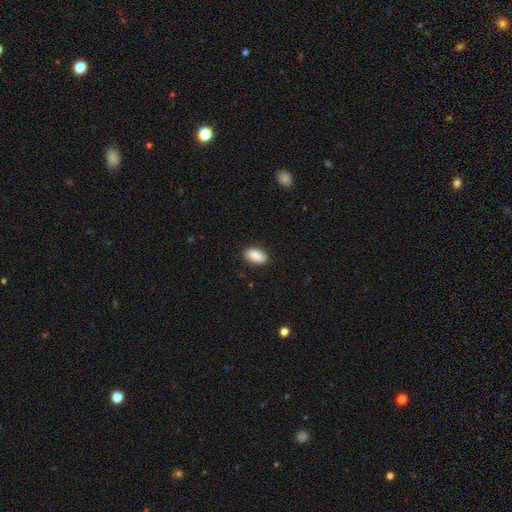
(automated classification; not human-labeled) Q: Smooth or featured?
A: smooth (89%); runner-up: star or artifact (7%)
Q: How rounded?
A: in between (90%); runner-up: cigar-shaped (6%)
Q: Merging?
A: none (86%); runner-up: minor disturbance (11%)